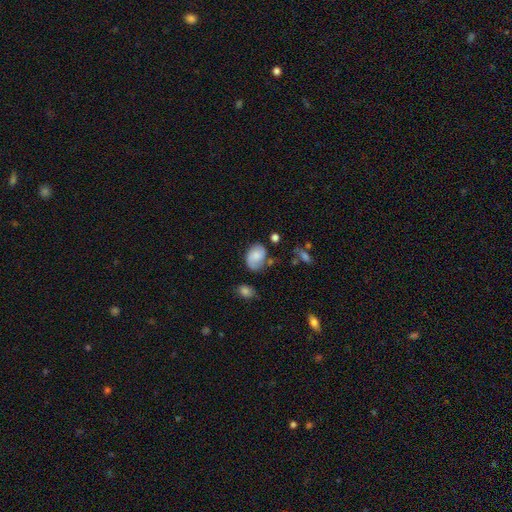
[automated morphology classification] smooth 65%, featured or disk 26%, star or artifact 9%. Down the decision tree: how rounded — in between (72%); merging — none (53%).